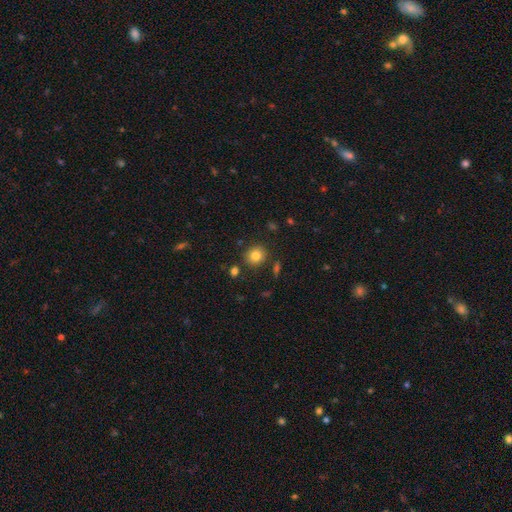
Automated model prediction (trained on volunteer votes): A smooth galaxy with no disk features (82%) that is round (83%).

Vote fractions:
- Smooth or featured? smooth: 82% / star or artifact: 11% / featured or disk: 7%
- How rounded? round: 83% / in between: 16% / cigar-shaped: 1%
- Merging? none: 86% / minor disturbance: 8% / merger: 4% / major disturbance: 3%